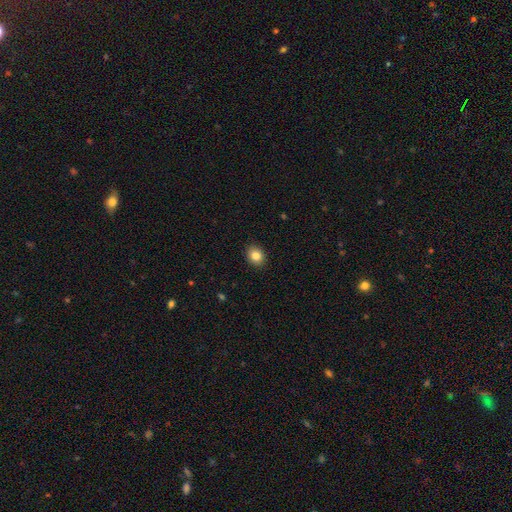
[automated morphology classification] type=smooth (85%); roundness=round (64%); merging=none (91%).